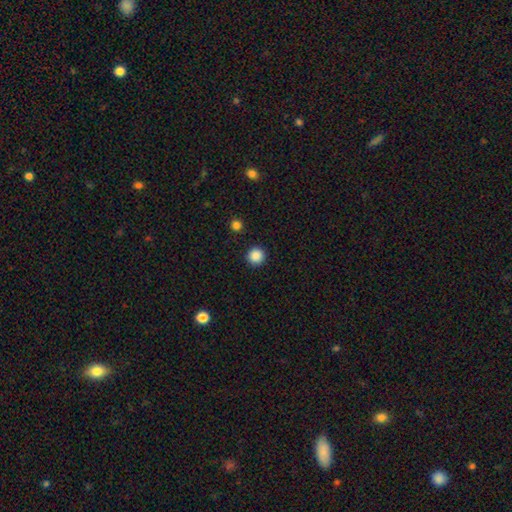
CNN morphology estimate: smooth_or_featured: smooth (p=0.87) [alt: star or artifact p=0.10]
how_rounded: round (p=0.95) [alt: in between p=0.04]
merging: none (p=0.92) [alt: minor disturbance p=0.05]